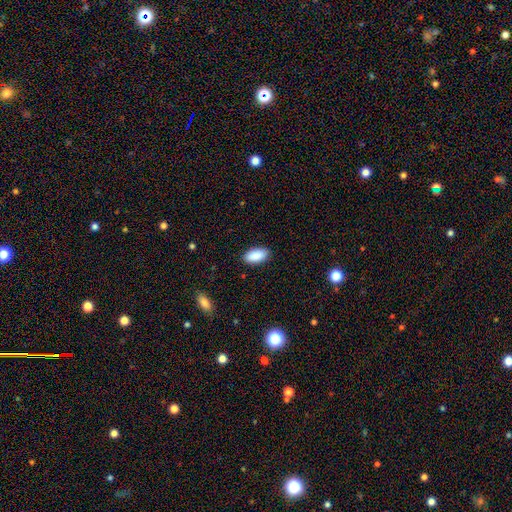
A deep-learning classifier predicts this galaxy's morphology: The model was most divided on "merging": none: 88%, minor disturbance: 9%, major disturbance: 2%, merger: 1%. More confident: how rounded — in between (93%); smooth or featured — smooth (90%).